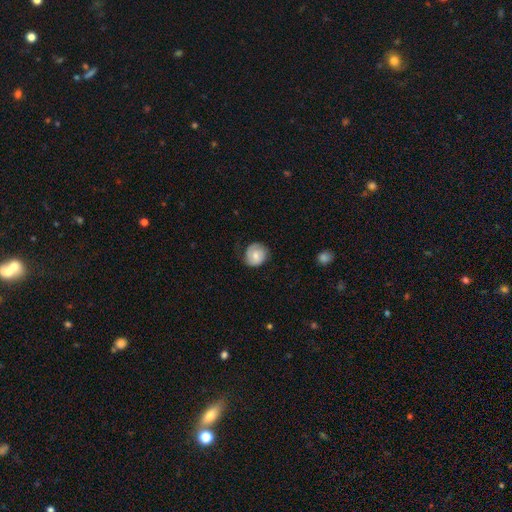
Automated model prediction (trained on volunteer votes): Q: Smooth or featured?
A: smooth (57%); runner-up: featured or disk (36%)
Q: How rounded?
A: round (83%); runner-up: in between (16%)
Q: Merging?
A: none (72%); runner-up: minor disturbance (21%)